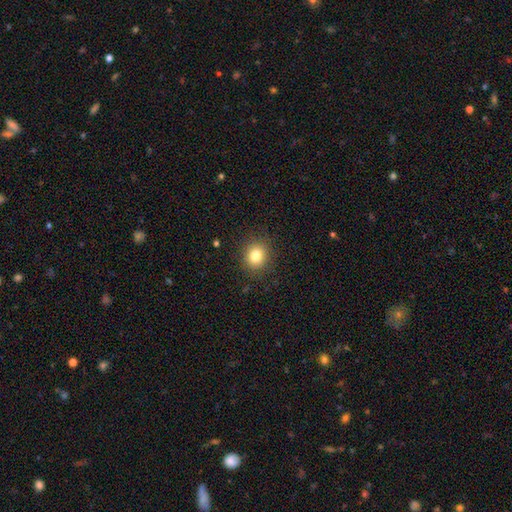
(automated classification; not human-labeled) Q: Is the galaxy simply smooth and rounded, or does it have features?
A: smooth — 81%.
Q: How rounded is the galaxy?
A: round — 77%.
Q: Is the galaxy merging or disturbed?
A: none — 89%.